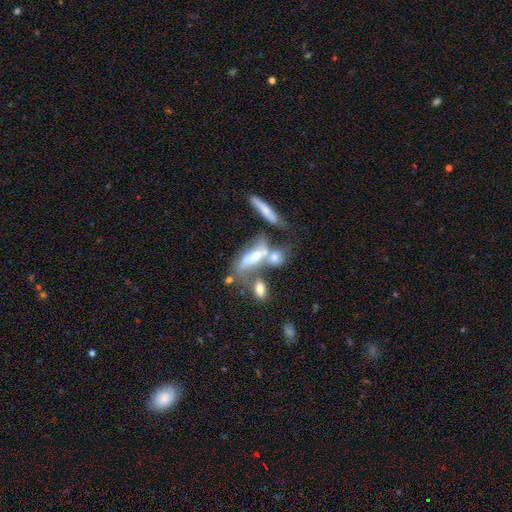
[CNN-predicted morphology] Q: Smooth or featured?
A: featured or disk (57%); runner-up: smooth (32%)
Q: Edge-on disk?
A: no (66%); runner-up: yes (34%)
Q: Merging?
A: merger (46%); runner-up: none (28%)